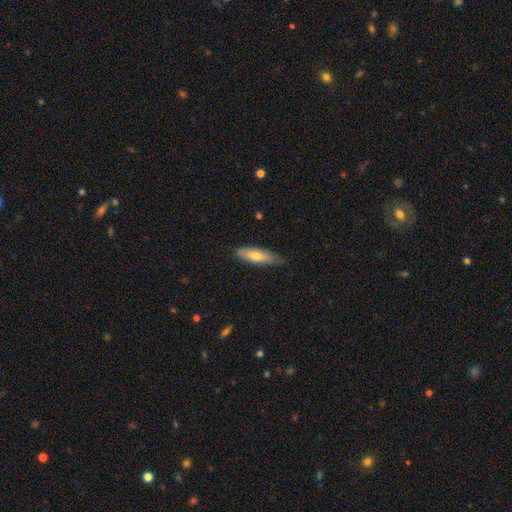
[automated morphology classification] Overall: smooth (67%). How rounded: cigar-shaped (65%; in between 34%). Merging: none (75%).